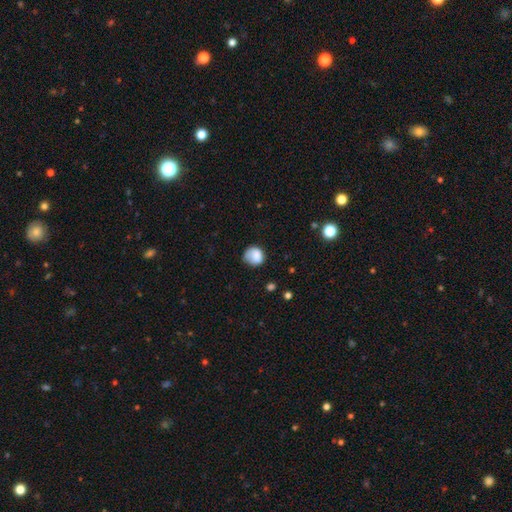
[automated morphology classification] Overall: smooth (81%). How rounded: round (79%). Merging: none (60%; minor disturbance 27%).